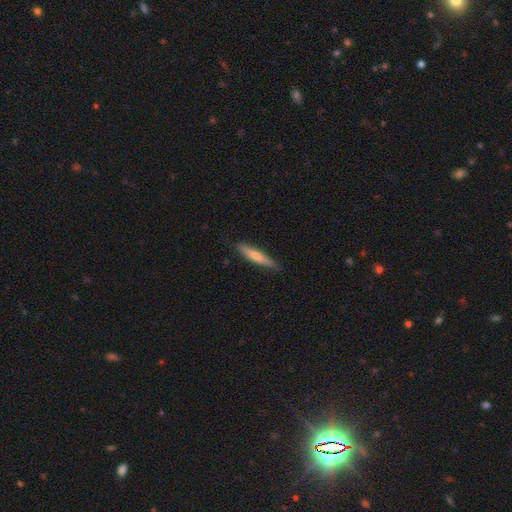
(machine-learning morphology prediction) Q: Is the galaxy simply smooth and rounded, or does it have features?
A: smooth — 48%.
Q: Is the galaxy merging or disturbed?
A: none — 87%.